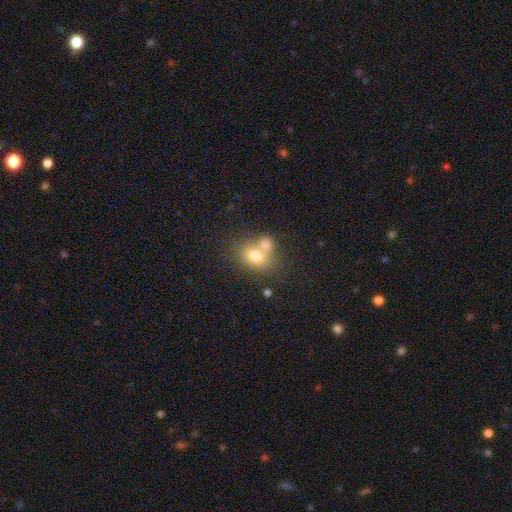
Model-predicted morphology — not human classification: smooth_or_featured: smooth (p=0.73) [alt: featured or disk p=0.16]
how_rounded: round (p=0.51) [alt: in between p=0.48]
merging: merger (p=0.52) [alt: none p=0.34]